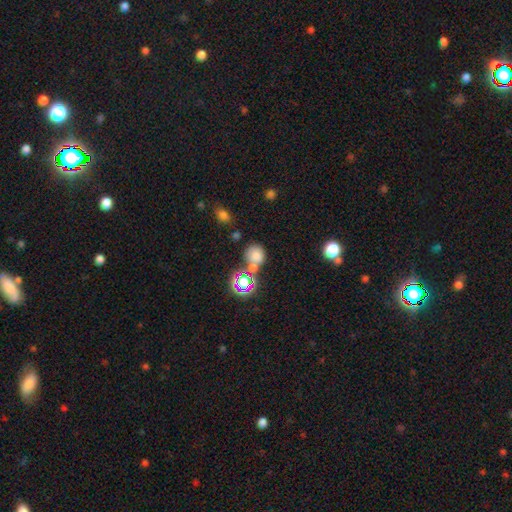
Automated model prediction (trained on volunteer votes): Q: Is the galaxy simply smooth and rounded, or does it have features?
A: smooth — 70%.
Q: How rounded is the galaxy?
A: round — 78%.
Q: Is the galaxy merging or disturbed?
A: none — 53%.